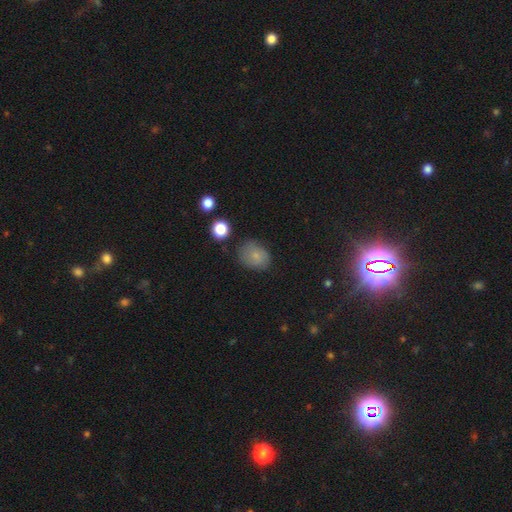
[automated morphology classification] Overall: smooth (75%). How rounded: in between (53%; round 46%). Merging: none (68%).